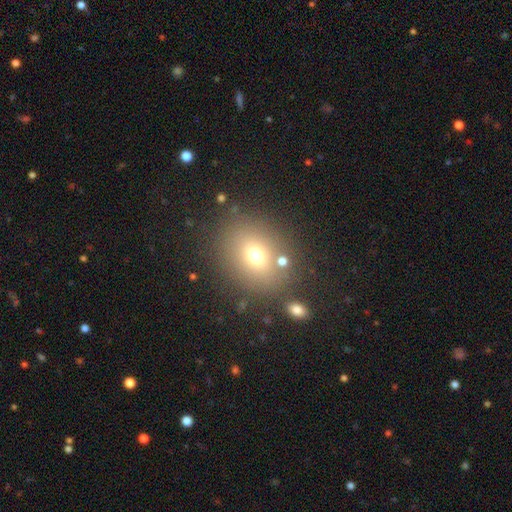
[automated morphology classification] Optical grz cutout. It shows a smooth galaxy with no disk features (68%) that is round (58%). Merging: none (77%).